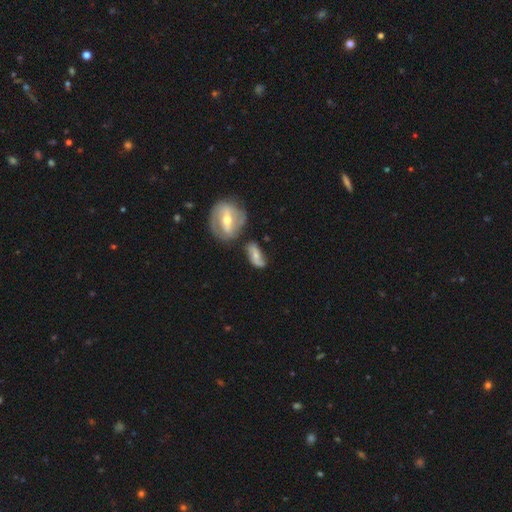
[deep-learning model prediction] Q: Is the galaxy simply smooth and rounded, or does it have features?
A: featured or disk — 59%.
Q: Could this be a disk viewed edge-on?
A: no — 91%.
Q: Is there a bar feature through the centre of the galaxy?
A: no — 38%.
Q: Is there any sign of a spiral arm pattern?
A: yes — 82%.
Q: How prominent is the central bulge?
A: moderate — 48%.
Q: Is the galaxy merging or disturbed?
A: none — 53%.